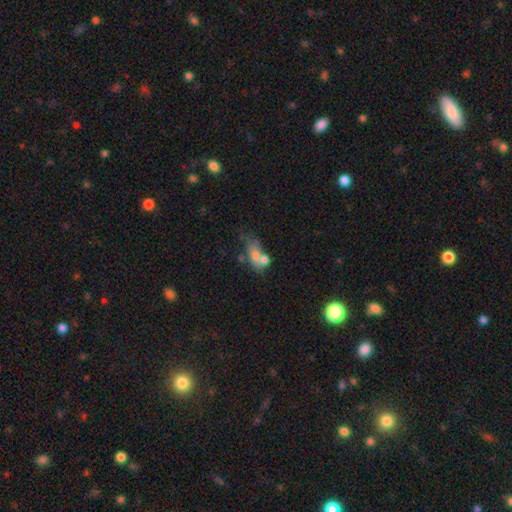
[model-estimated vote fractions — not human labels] This is possibly a smooth galaxy (59%). How rounded: likely in between (70%). Merging: possibly merger (51%).